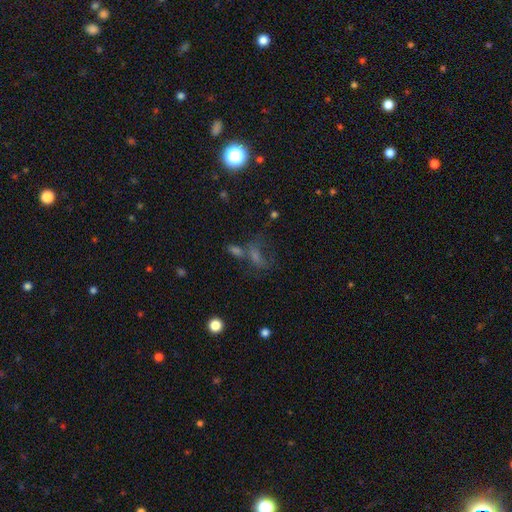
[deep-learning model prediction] Overall: smooth (39%; star or artifact 36%). Merging: none (40%; merger 25%).